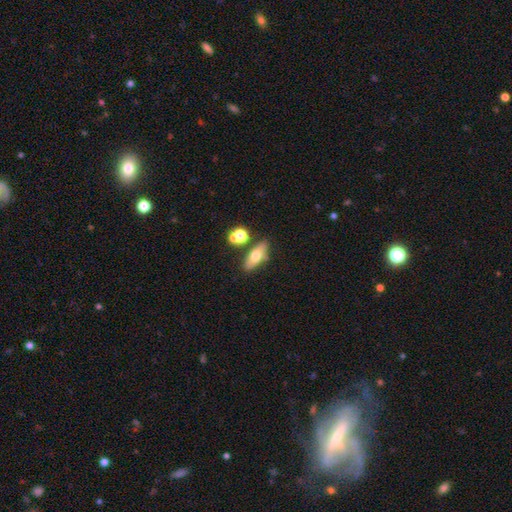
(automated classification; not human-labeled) This appears to be a smooth galaxy with no disk features (63%) that is in between round and cigar-shaped (66%). Merging: none (71%).